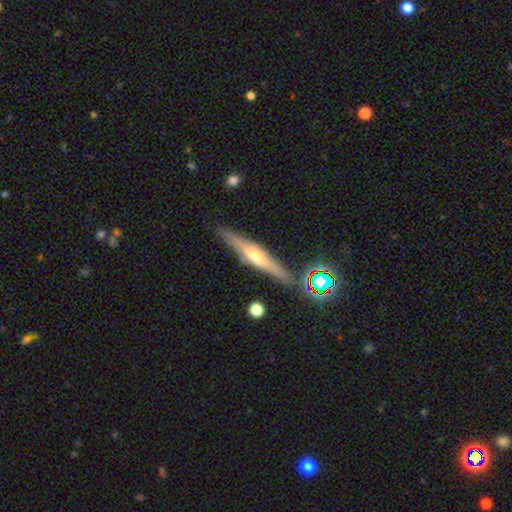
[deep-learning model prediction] Overall: featured or disk (63%; smooth 27%). Edge-on disk: yes (94%). Edge-on bulge: rounded (80%). Merging: none (84%).